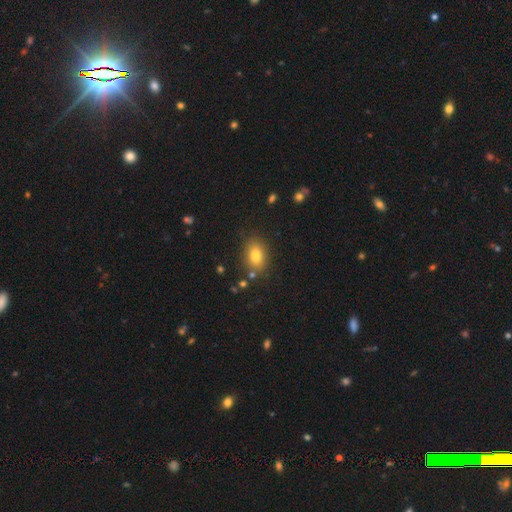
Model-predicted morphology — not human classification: type=smooth (80%); roundness=in between (76%); merging=none (81%).